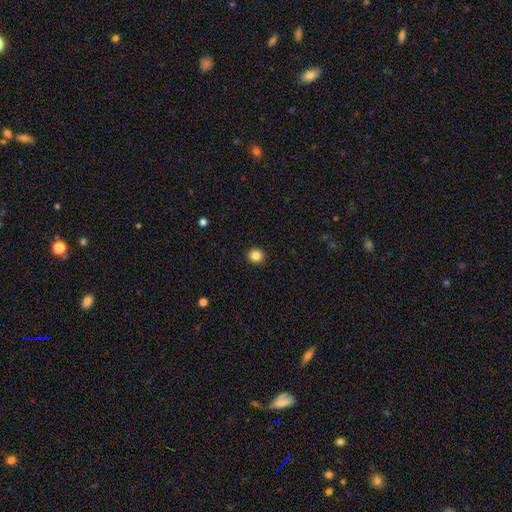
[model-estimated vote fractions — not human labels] Overall: smooth (84%). How rounded: round (89%). Merging: none (93%).